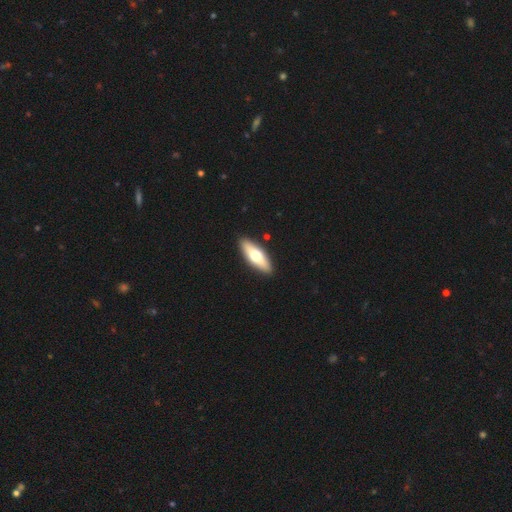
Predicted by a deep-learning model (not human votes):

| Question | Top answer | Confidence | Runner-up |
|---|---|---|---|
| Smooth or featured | smooth | 59% | featured or disk (37%) |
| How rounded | in between | 56% | cigar-shaped (42%) |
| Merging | none | 90% | minor disturbance (7%) |